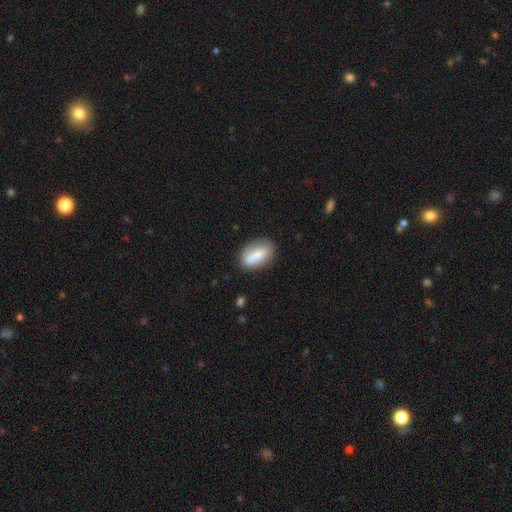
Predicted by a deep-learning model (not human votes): This is likely a smooth galaxy (76%). How rounded: clearly in between (81%). Merging: likely none (77%).